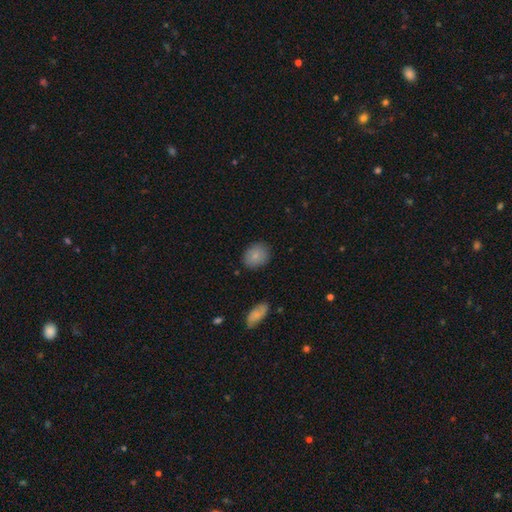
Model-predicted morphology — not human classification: Smooth or featured? smooth (81%)
How rounded? in between (52%)
Merging? none (82%)